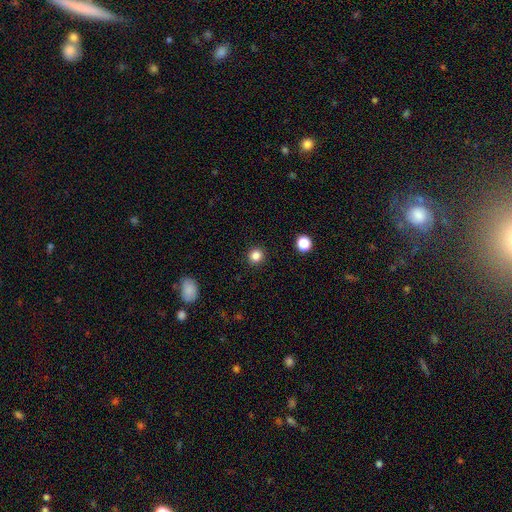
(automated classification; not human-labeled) Smooth or featured: smooth — 84% (star or artifact — 12%)
How rounded: round — 90% (in between — 9%)
Merging: none — 92% (minor disturbance — 5%)